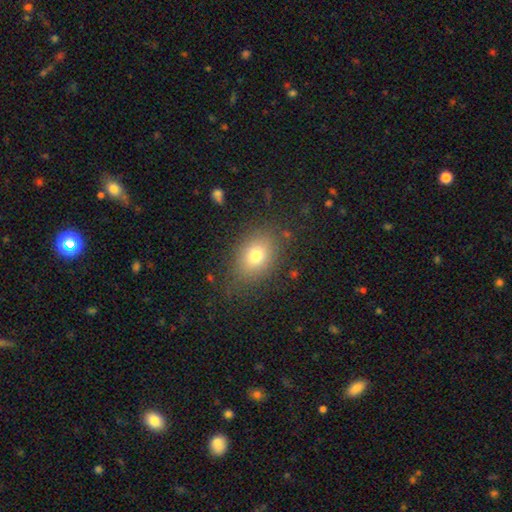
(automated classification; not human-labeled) smooth_or_featured: smooth (p=0.76) [alt: featured or disk p=0.13]
how_rounded: in between (p=0.72) [alt: round p=0.27]
merging: none (p=0.78) [alt: minor disturbance p=0.15]